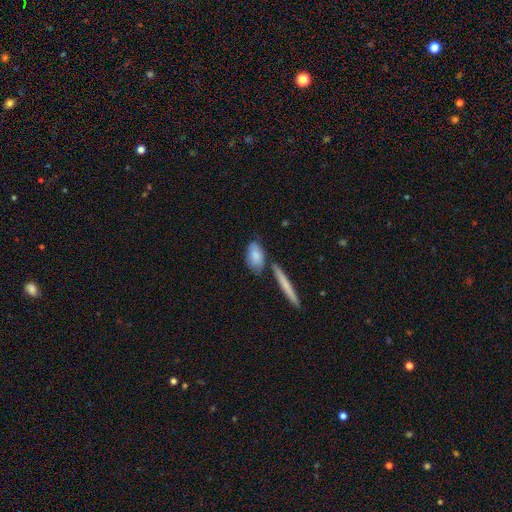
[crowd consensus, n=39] Smooth or featured: smooth — 90% (featured or disk — 10%)
How rounded: in between — 80% (cigar-shaped — 20%)
Merging: none — 79% (minor disturbance — 10%)